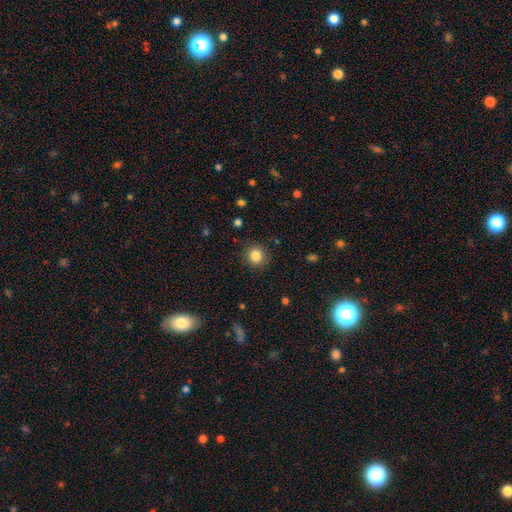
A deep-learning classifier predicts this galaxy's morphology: A smooth galaxy with no disk features (84%) that is round (87%).

Vote fractions:
- Smooth or featured? smooth: 84% / star or artifact: 11% / featured or disk: 5%
- How rounded? round: 87% / in between: 12% / cigar-shaped: 1%
- Merging? none: 88% / minor disturbance: 8% / major disturbance: 3% / merger: 1%